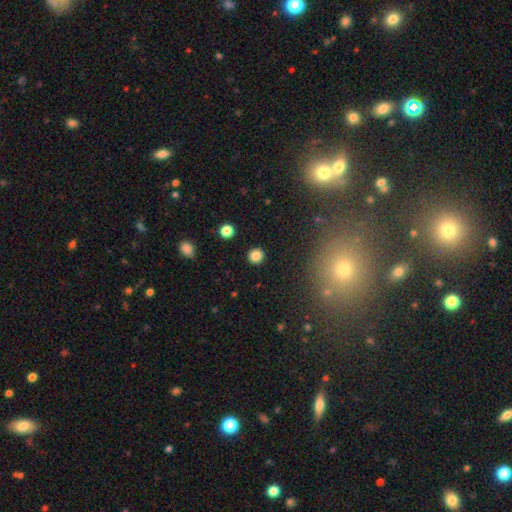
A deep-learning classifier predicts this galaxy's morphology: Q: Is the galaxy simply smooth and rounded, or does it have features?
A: smooth — 85%.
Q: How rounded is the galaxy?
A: round — 91%.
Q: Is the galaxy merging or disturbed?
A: none — 91%.